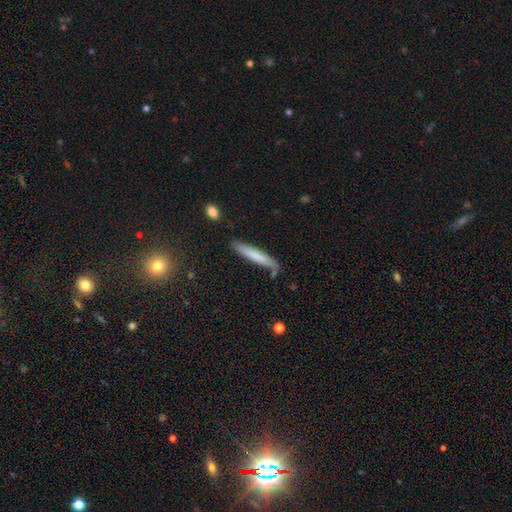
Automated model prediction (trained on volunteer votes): Overall: smooth (71%). How rounded: cigar-shaped (94%). Merging: none (76%).